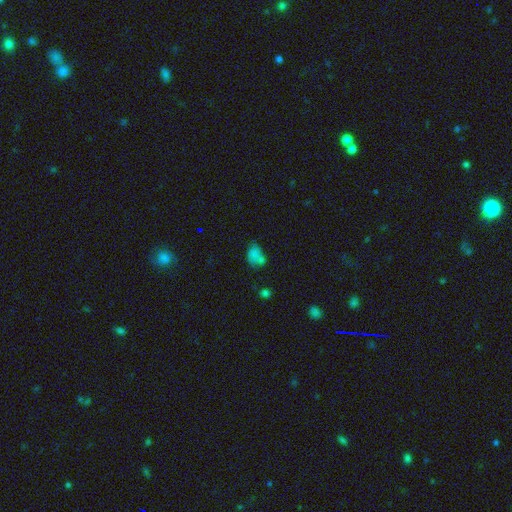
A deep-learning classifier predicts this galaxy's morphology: smooth_or_featured: smooth (p=0.72) [alt: star or artifact p=0.16]
how_rounded: in between (p=0.72) [alt: round p=0.27]
merging: none (p=0.38) [alt: merger p=0.27]